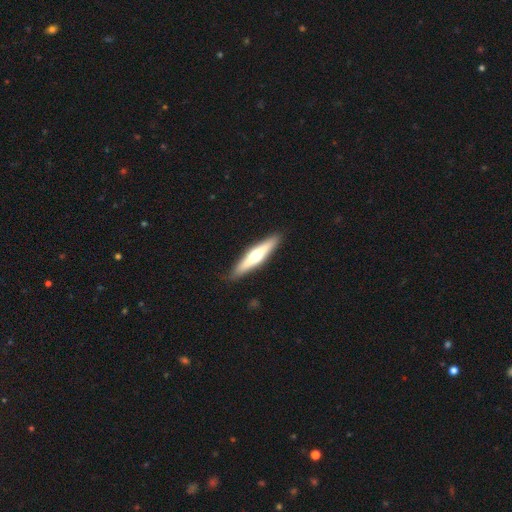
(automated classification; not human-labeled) A featured or disk galaxy (53%) viewed edge-on (93%). Merging: none (89%).